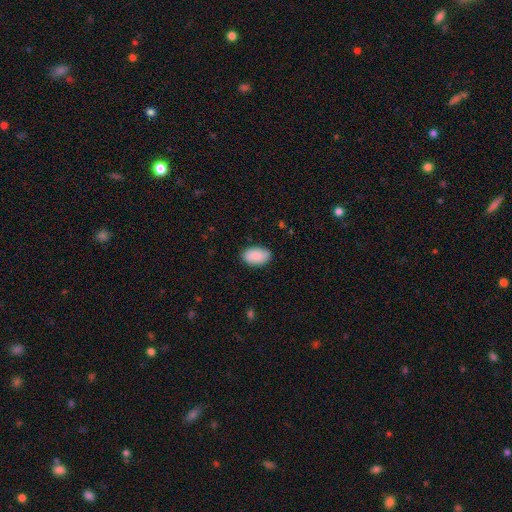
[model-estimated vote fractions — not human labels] Smooth or featured? smooth (88%)
How rounded? in between (92%)
Merging? none (83%)